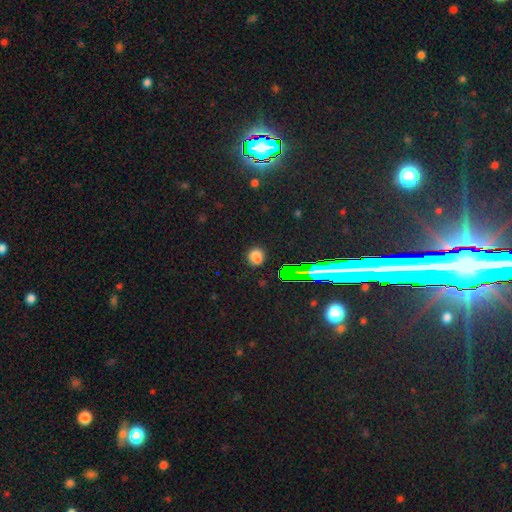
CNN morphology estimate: A smooth galaxy with no disk features (74%) that is round (77%). Merging: none (86%).